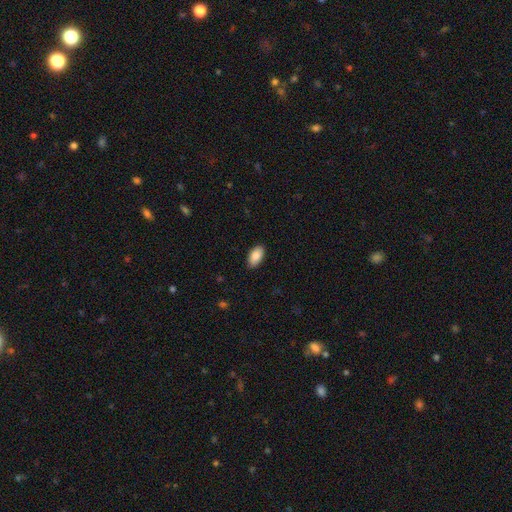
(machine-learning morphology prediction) Smooth or featured? Predicted: smooth (p=0.89). How rounded? Predicted: in between (p=0.95). Merging? Predicted: none (p=0.89).